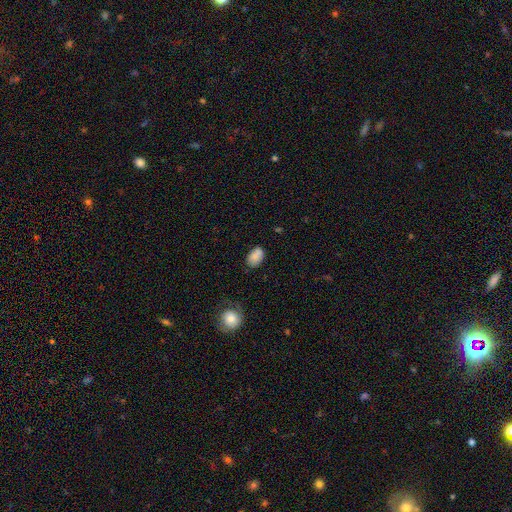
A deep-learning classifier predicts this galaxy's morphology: Q: Smooth or featured?
A: smooth (83%); runner-up: star or artifact (9%)
Q: How rounded?
A: in between (86%); runner-up: round (13%)
Q: Merging?
A: none (66%); runner-up: minor disturbance (22%)